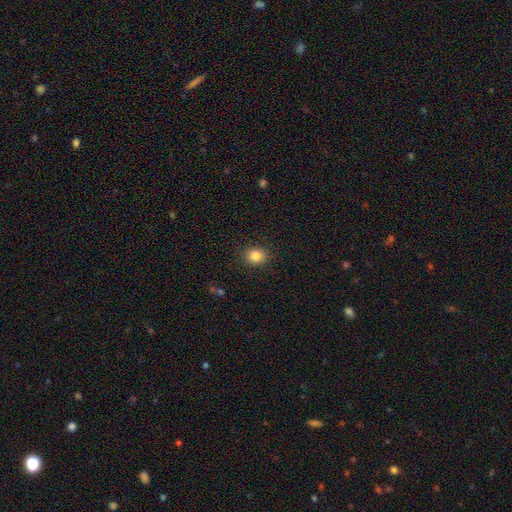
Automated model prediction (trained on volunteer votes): Smooth or featured? Predicted: smooth (p=0.83). How rounded? Predicted: round (p=0.70). Merging? Predicted: none (p=0.89).